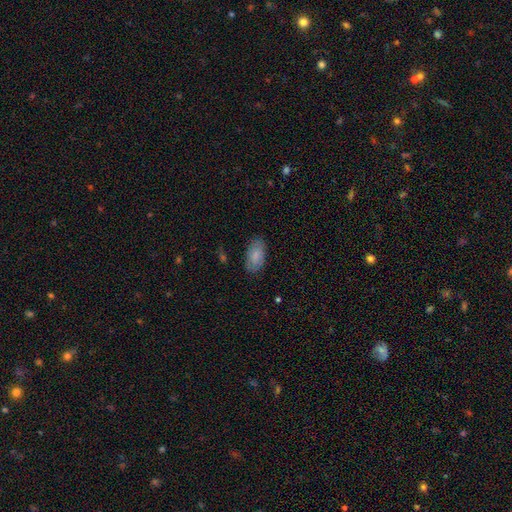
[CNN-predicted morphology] smooth_or_featured: smooth (p=0.82) [alt: featured or disk p=0.12]
how_rounded: in between (p=0.94) [alt: cigar-shaped p=0.03]
merging: none (p=0.80) [alt: minor disturbance p=0.16]